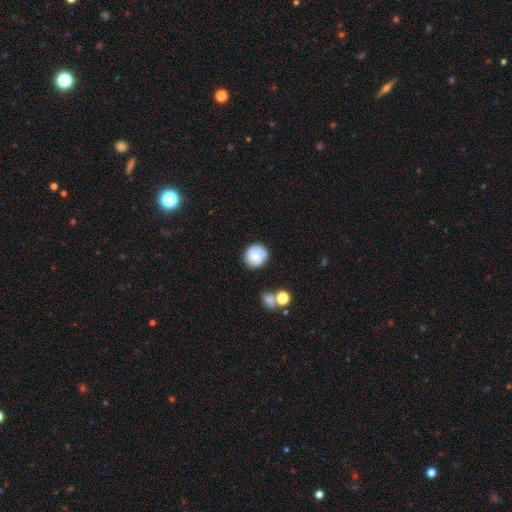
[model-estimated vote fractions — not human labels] smooth 69%, featured or disk 23%, star or artifact 8%. Down the decision tree: how rounded — round (91%); merging — none (72%).